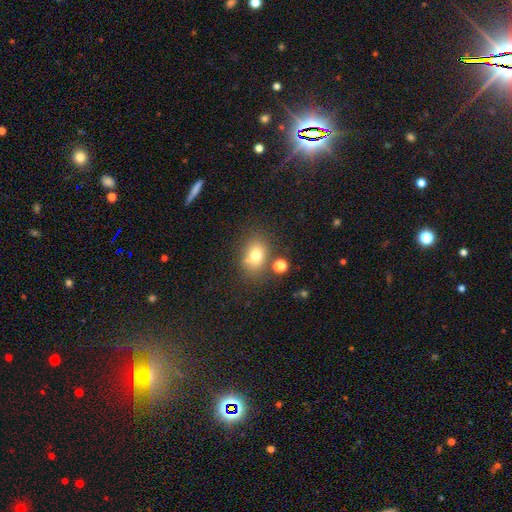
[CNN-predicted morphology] This is likely a smooth galaxy (75%). How rounded: likely in between (63%). Merging: likely none (70%).